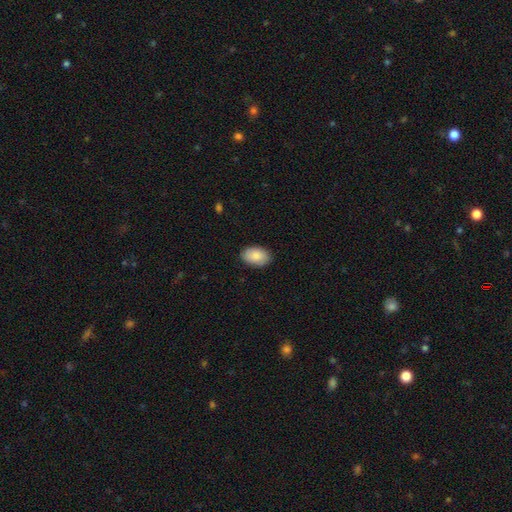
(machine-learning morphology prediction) Smooth or featured? smooth (87%)
How rounded? in between (91%)
Merging? none (88%)